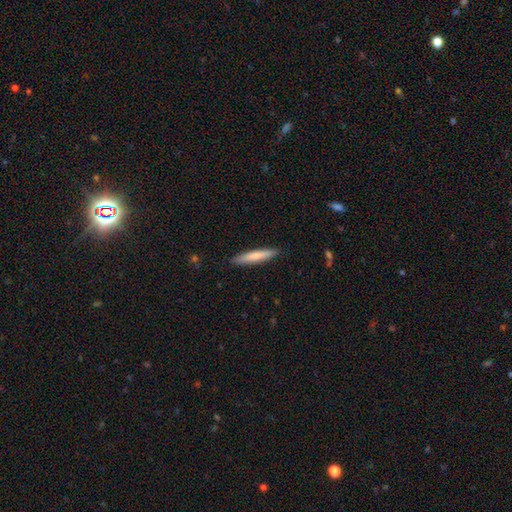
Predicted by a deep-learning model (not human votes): A smooth galaxy with no disk features (75%) that is cigar-shaped (92%). Merging: none (90%).